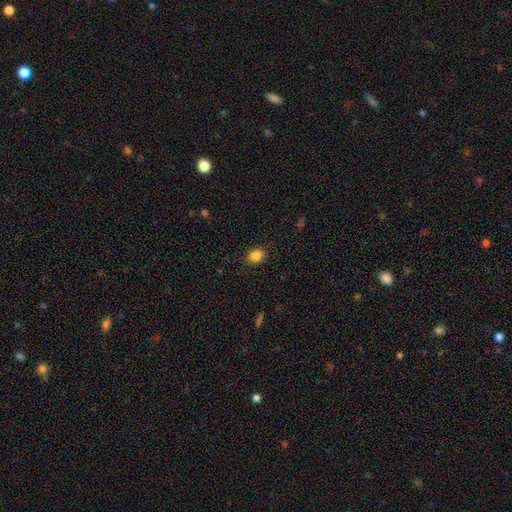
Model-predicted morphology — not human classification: smooth_or_featured: smooth (p=0.87) [alt: star or artifact p=0.10]
how_rounded: in between (p=0.58) [alt: round p=0.41]
merging: none (p=0.89) [alt: minor disturbance p=0.08]